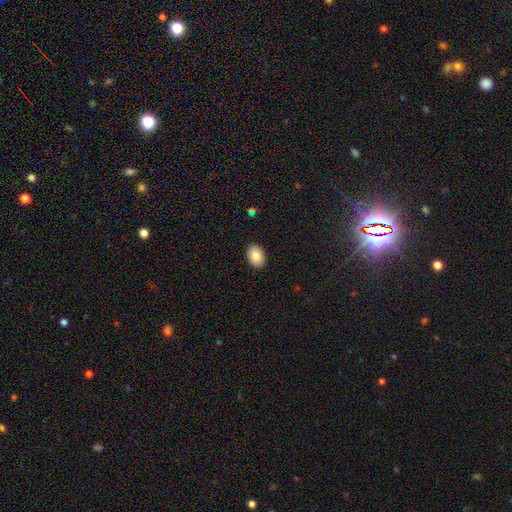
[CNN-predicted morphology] A smooth galaxy with no disk features (84%) that is in between round and cigar-shaped (88%). Merging: none (90%).